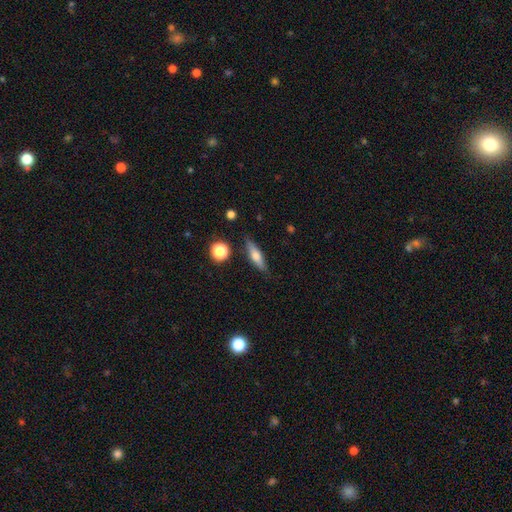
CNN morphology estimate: Q: Smooth or featured?
A: smooth (55%); runner-up: featured or disk (37%)
Q: How rounded?
A: cigar-shaped (67%); runner-up: in between (29%)
Q: Merging?
A: none (85%); runner-up: minor disturbance (10%)